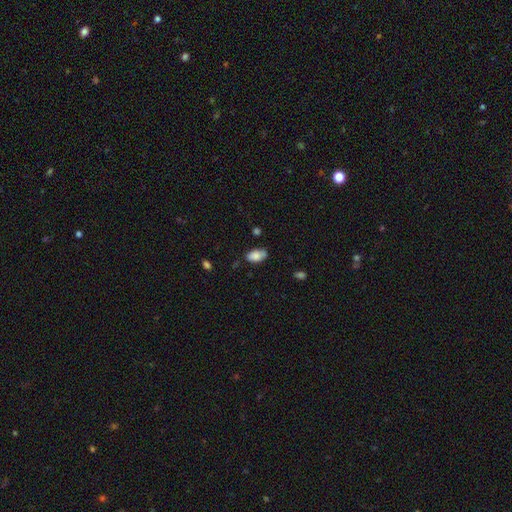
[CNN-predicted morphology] type=smooth (80%); roundness=in between (92%); merging=none (64%).